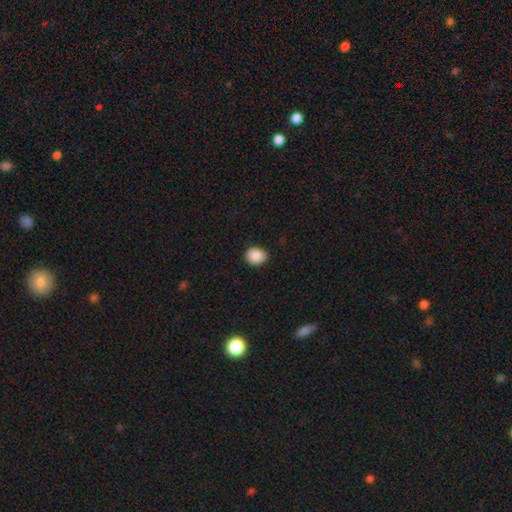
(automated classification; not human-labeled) This appears to be a smooth galaxy with no disk features (89%) that is round (54%). Merging: none (86%).